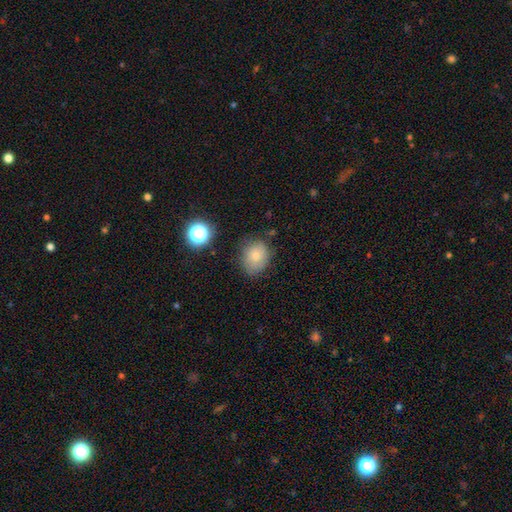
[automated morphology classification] type=smooth (78%); roundness=round (55%); merging=none (71%).